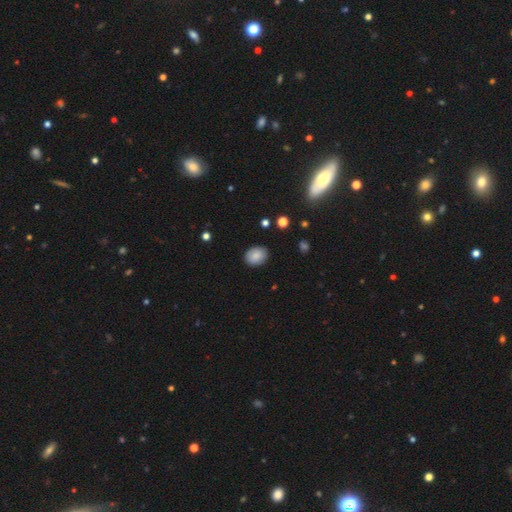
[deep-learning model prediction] Smooth or featured: smooth — 86% (star or artifact — 8%)
How rounded: in between — 65% (round — 34%)
Merging: none — 86% (minor disturbance — 10%)